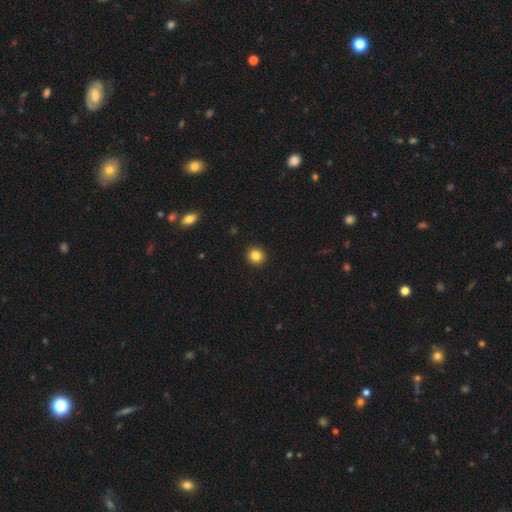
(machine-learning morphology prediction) This is clearly a smooth galaxy (85%). How rounded: clearly round (88%). Merging: clearly none (93%).